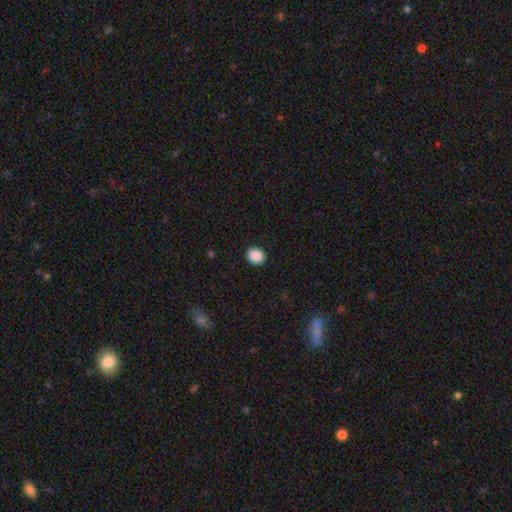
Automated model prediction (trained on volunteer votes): Smooth or featured? Predicted: smooth (p=0.89). How rounded? Predicted: round (p=0.71). Merging? Predicted: none (p=0.92).